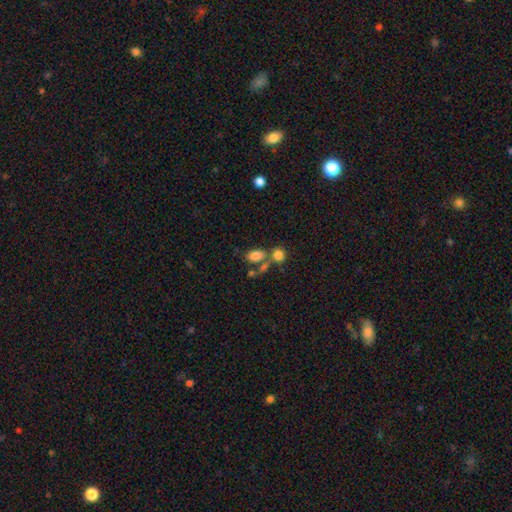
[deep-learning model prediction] A smooth galaxy with no disk features (80%) that is in between round and cigar-shaped (86%). Merging: none (43%).